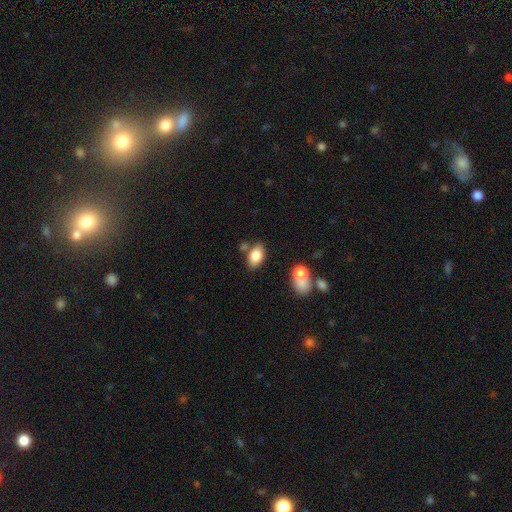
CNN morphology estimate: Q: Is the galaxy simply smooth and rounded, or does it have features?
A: smooth — 82%.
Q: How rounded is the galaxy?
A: in between — 88%.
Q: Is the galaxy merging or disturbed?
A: none — 71%.